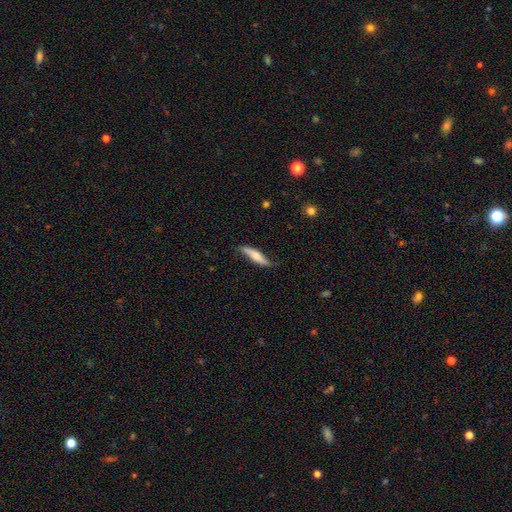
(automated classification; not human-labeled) Overall: smooth (53%; featured or disk 42%). How rounded: cigar-shaped (77%). Merging: none (68%).